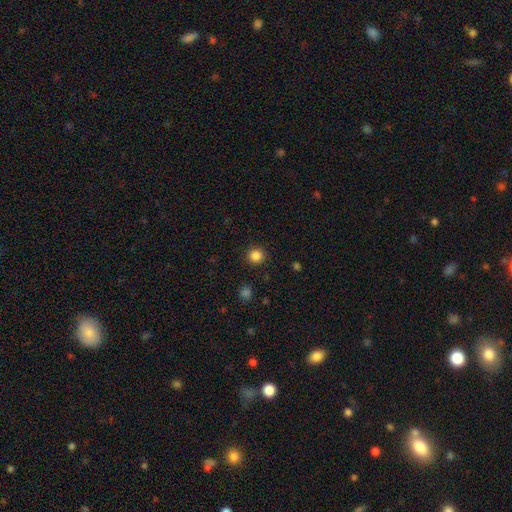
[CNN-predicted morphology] This is clearly a smooth galaxy (85%). How rounded: clearly round (93%). Merging: clearly none (91%).